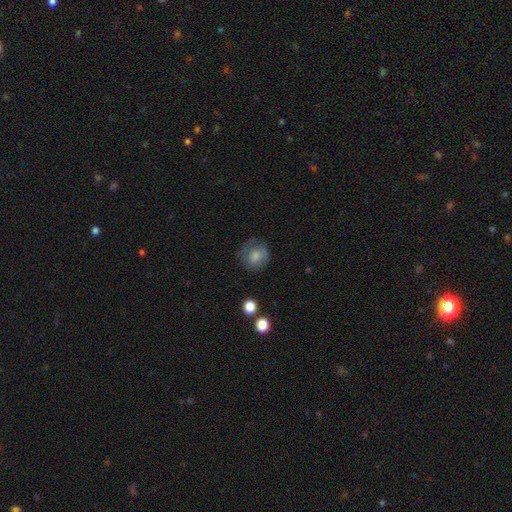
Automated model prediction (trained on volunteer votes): This is likely a smooth galaxy (74%). How rounded: likely round (79%). Merging: likely none (62%).